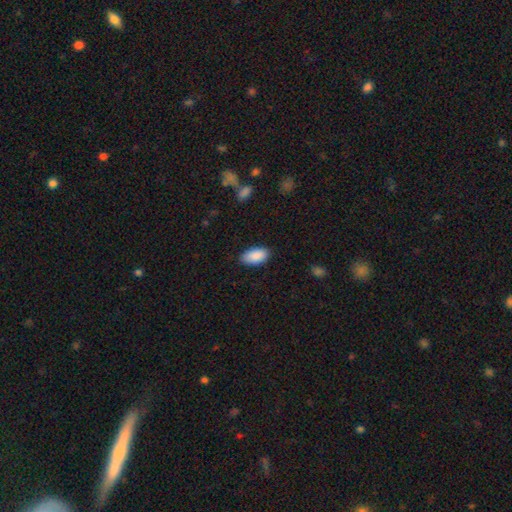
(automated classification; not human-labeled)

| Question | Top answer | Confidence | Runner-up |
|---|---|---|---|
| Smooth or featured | smooth | 90% | star or artifact (6%) |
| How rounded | in between | 95% | cigar-shaped (3%) |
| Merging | none | 85% | minor disturbance (11%) |